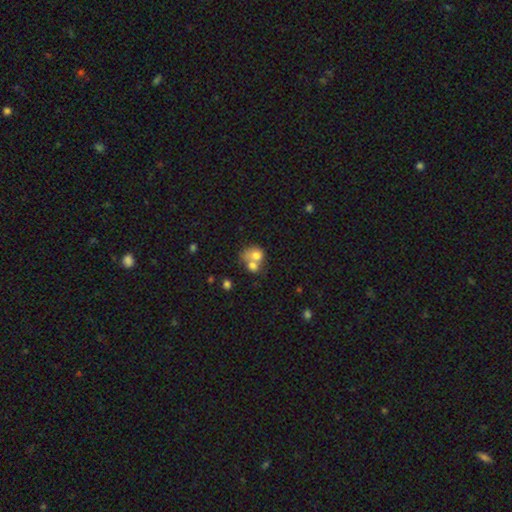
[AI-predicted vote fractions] Smooth or featured? Predicted: smooth (p=0.70). How rounded? Predicted: round (p=0.58). Merging? Predicted: merger (p=0.66).